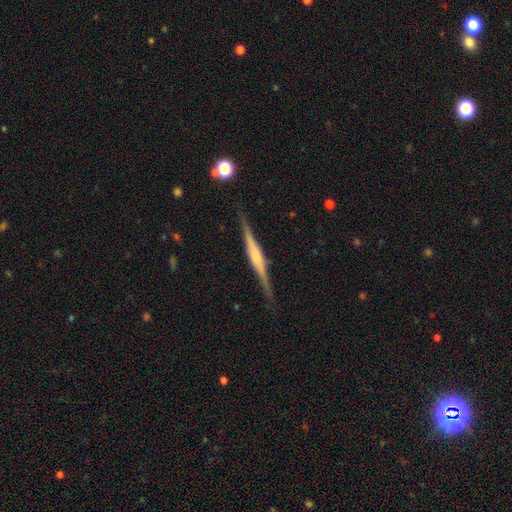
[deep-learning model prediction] This is likely a featured or disk galaxy (78%). It is clearly viewed edge-on (98%). Edge-on bulge: likely rounded (60%). Merging: clearly none (87%).